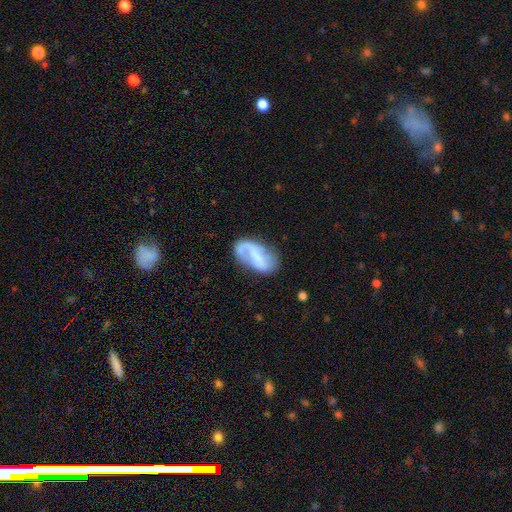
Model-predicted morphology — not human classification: smooth-or-featured: featured or disk: 63% | smooth: 30% | star or artifact: 7%
  disk-edge-on: no: 96% | yes: 4%
    bar: strong: 44% | weak: 36% | no: 20%
    has-spiral-arms: yes: 77% | no: 23%
    bulge-size: none: 45% | small: 31% | moderate: 17% | large: 5% | dominant: 2%
  merging: none: 62% | minor disturbance: 23% | major disturbance: 12% | merger: 3%